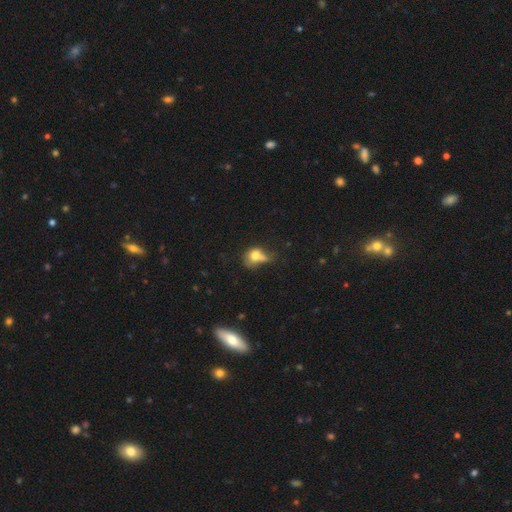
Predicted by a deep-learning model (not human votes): smooth_or_featured: smooth (p=0.69) [alt: featured or disk p=0.18]
how_rounded: in between (p=0.50) [alt: round p=0.48]
merging: merger (p=0.32) [alt: none p=0.25]